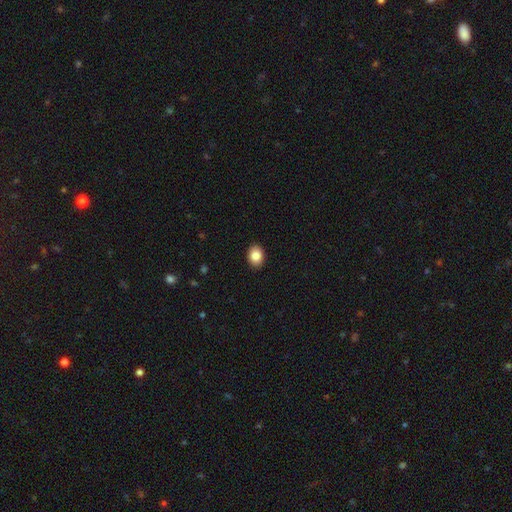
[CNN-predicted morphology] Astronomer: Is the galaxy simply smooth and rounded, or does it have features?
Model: smooth — 86%.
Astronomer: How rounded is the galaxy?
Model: in between — 70%.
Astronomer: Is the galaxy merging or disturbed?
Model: none — 90%.